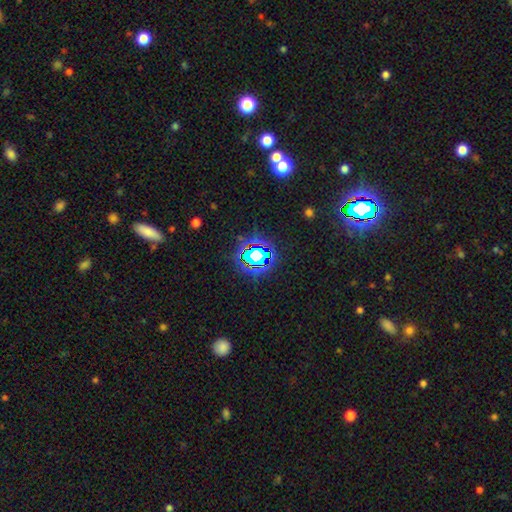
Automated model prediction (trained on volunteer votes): smooth_or_featured: star or artifact (p=0.68) [alt: smooth p=0.20]